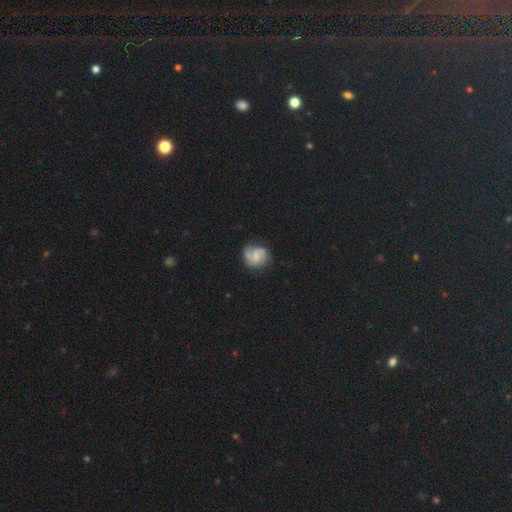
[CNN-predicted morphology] smooth-or-featured: featured or disk: 69% | smooth: 23% | star or artifact: 8%
  disk-edge-on: no: 98% | yes: 2%
    bar: weak: 47% | no: 40% | strong: 13%
    has-spiral-arms: yes: 93% | no: 7%
      spiral-winding: medium: 47% | loose: 27% | tight: 26%
      spiral-arm-count: 2: 79% | can't tell: 8% | 1: 6% | 3: 4% | 4: 2% | more than 4: 2%
    bulge-size: small: 44% | none: 32% | moderate: 20% | large: 3% | dominant: 1%
  merging: none: 70% | minor disturbance: 19% | major disturbance: 9% | merger: 2%